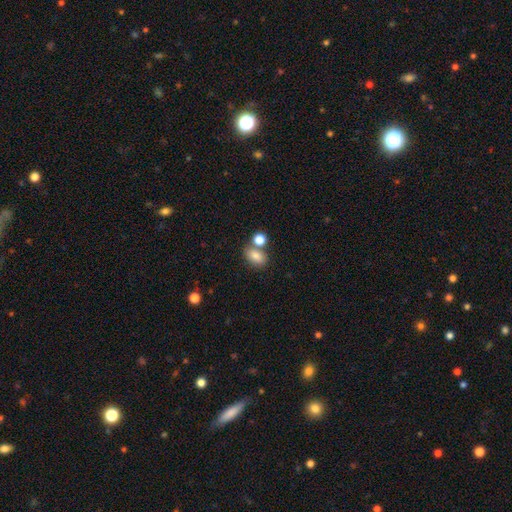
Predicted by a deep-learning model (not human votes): This appears to be a smooth galaxy with no disk features (82%) that is in between round and cigar-shaped (77%). Merging: none (57%).